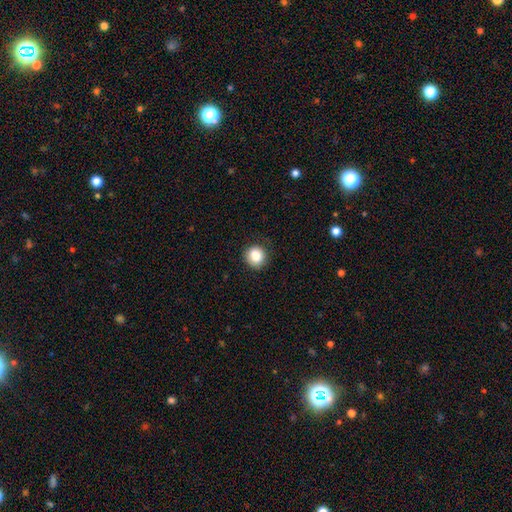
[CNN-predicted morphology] A smooth galaxy with no disk features (86%) that is round (90%).

Vote fractions:
- Smooth or featured? smooth: 86% / star or artifact: 9% / featured or disk: 5%
- How rounded? round: 90% / in between: 9% / cigar-shaped: 1%
- Merging? none: 86% / minor disturbance: 10% / major disturbance: 3% / merger: 1%